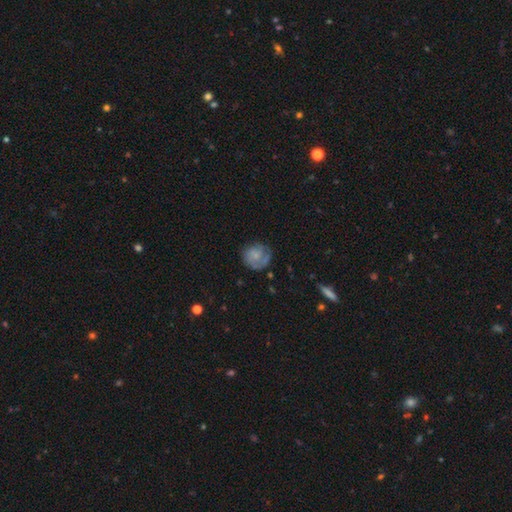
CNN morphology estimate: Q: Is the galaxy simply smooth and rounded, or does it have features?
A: smooth — 58%.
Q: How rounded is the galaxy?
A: round — 82%.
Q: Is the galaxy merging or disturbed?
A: none — 62%.